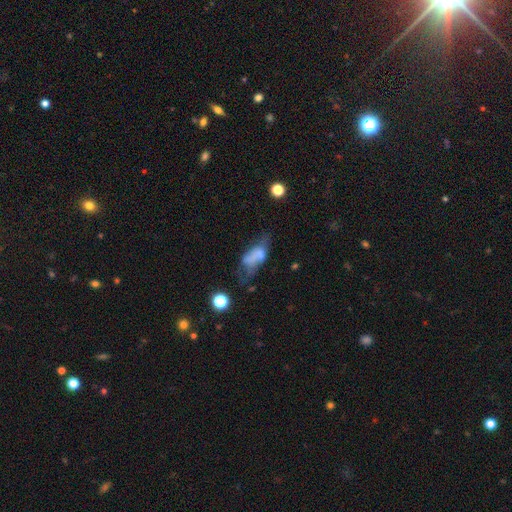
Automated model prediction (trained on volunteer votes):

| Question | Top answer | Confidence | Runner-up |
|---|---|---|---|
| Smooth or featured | smooth | 53% | featured or disk (34%) |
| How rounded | in between | 83% | cigar-shaped (11%) |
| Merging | major disturbance | 34% | none (24%) |